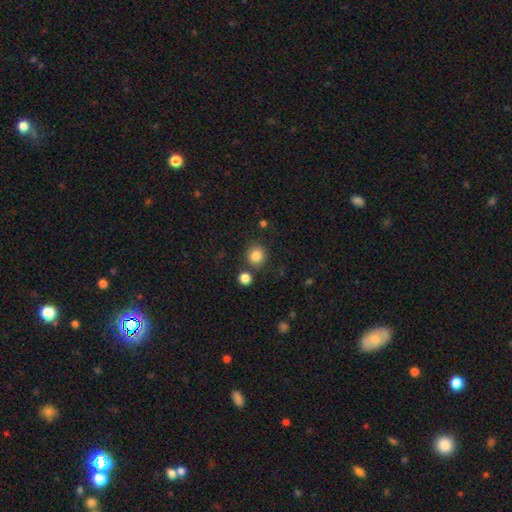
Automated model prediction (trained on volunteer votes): The model was most divided on "smooth or featured": smooth: 84%, star or artifact: 11%, featured or disk: 5%. More confident: how rounded — round (89%); merging — none (81%).